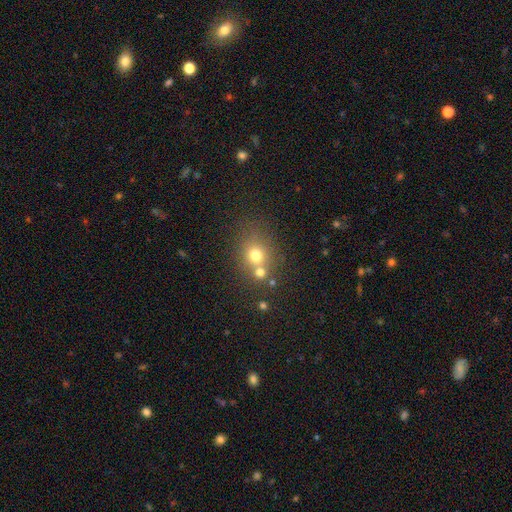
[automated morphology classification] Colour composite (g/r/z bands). It shows a smooth galaxy with no disk features (71%) that is round (73%). Merging: none (52%).